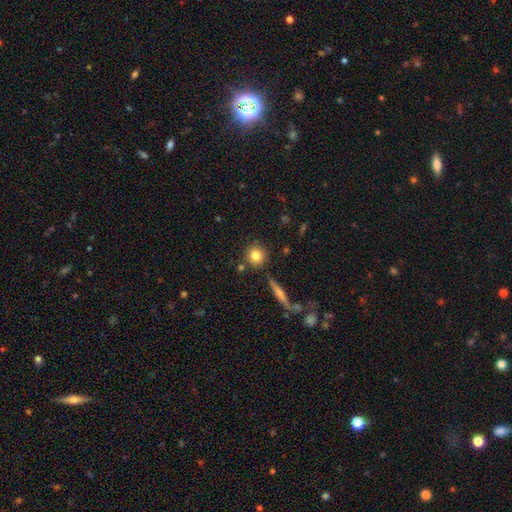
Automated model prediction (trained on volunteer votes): Smooth or featured? smooth (81%)
How rounded? round (90%)
Merging? none (82%)